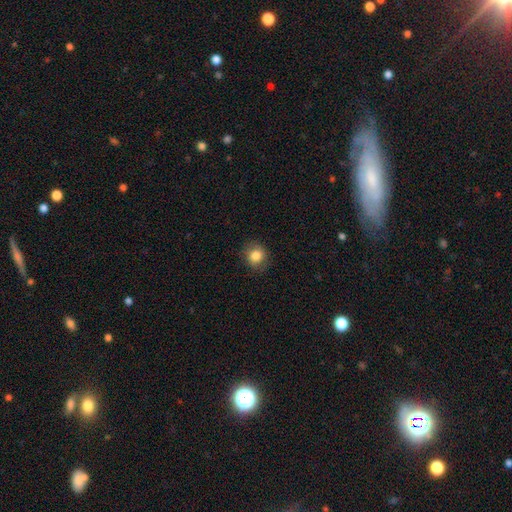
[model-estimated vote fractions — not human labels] This is clearly a smooth galaxy (84%). How rounded: likely round (80%). Merging: clearly none (86%).